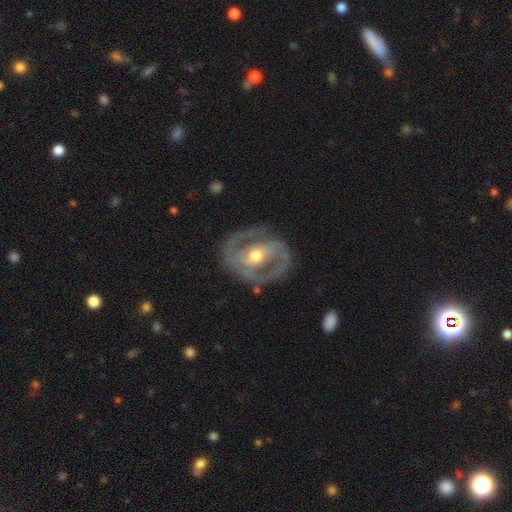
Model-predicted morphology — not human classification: A featured or disk galaxy (85%) with a weak bar (38%), 2 (82%) medium (44%) spiral arms (83%) and a moderate central bulge (76%). Merging: none (74%).